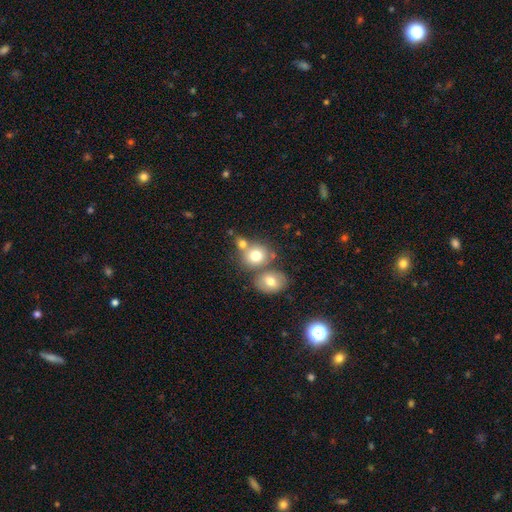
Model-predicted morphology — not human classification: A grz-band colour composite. It shows a smooth galaxy with no disk features (76%) that is round (71%). Merging: none (46%).